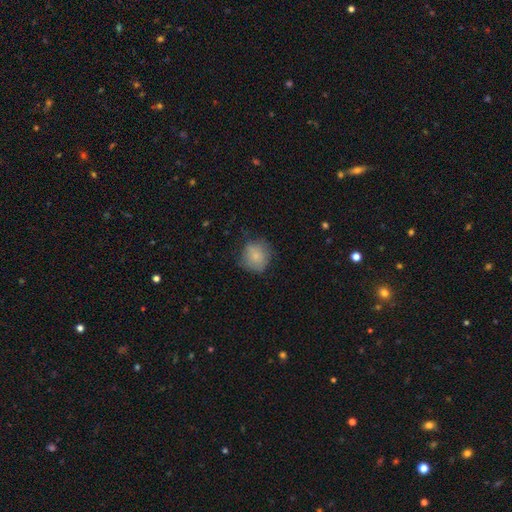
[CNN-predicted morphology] Overall: smooth (80%). How rounded: round (85%). Merging: none (70%).